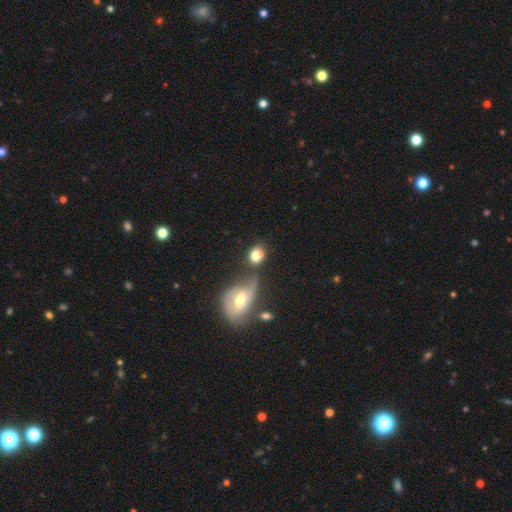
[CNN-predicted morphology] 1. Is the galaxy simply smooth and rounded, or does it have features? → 74% smooth, 16% featured or disk, 10% star or artifact.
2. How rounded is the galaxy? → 53% in between, 45% round, 2% cigar-shaped.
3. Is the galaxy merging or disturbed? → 39% merger, 35% none, 15% minor disturbance, 11% major disturbance.